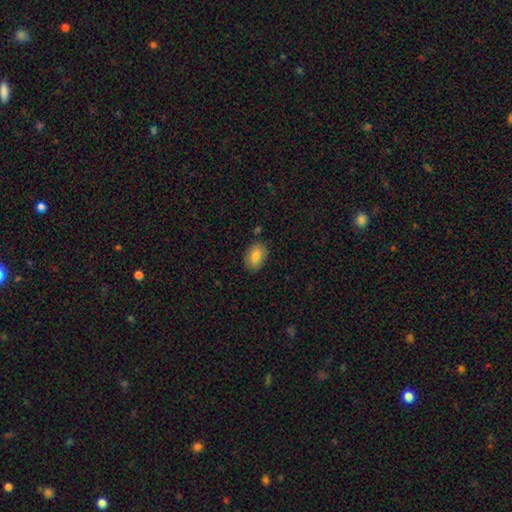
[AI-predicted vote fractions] smooth 80%, featured or disk 12%, star or artifact 8%. Down the decision tree: how rounded — in between (82%); merging — none (85%).